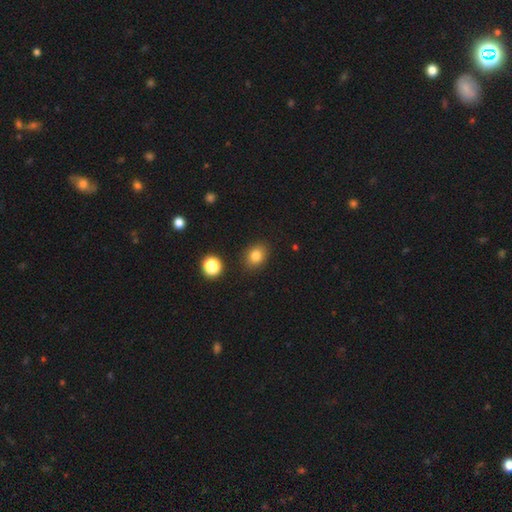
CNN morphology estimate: This is clearly a smooth galaxy (81%). How rounded: possibly round (50%). Merging: clearly none (86%).